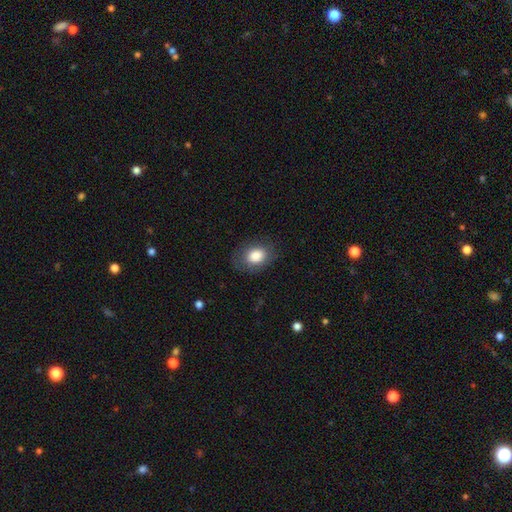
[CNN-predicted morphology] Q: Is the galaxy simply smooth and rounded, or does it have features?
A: smooth — 83%.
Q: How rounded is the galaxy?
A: in between — 71%.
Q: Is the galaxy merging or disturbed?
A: none — 77%.